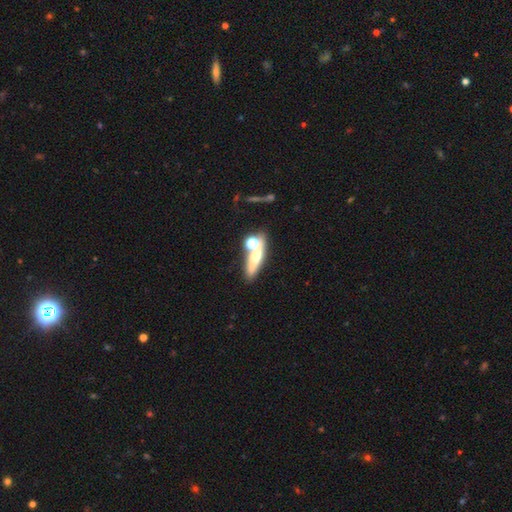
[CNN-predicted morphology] Q: Smooth or featured?
A: smooth (52%); runner-up: featured or disk (35%)
Q: How rounded?
A: cigar-shaped (49%); runner-up: in between (35%)
Q: Merging?
A: none (53%); runner-up: merger (28%)